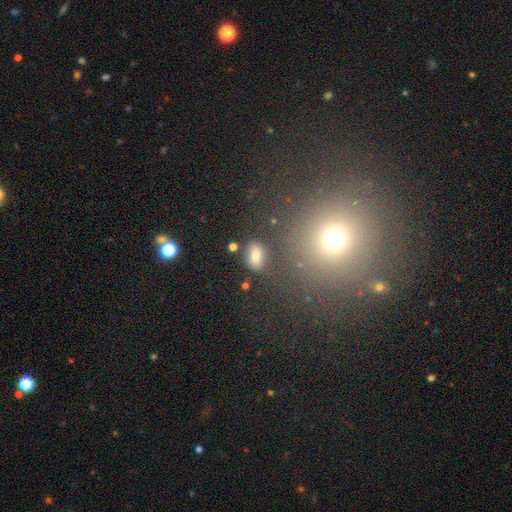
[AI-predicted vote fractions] A smooth galaxy with no disk features (72%) that is in between round and cigar-shaped (81%). Merging: none (78%).